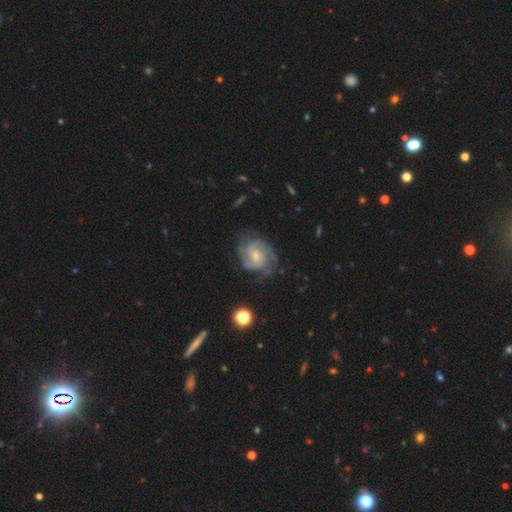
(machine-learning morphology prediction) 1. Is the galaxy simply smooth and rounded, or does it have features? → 86% featured or disk, 9% smooth, 5% star or artifact.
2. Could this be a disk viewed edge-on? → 98% no, 2% yes.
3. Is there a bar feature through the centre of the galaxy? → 52% no, 41% weak, 7% strong.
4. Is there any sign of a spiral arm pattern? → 97% yes, 3% no.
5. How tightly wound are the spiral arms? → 53% tight, 40% medium, 8% loose.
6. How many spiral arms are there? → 42% 2, 28% 3, 16% can't tell, 6% 4, 4% 1, 4% more than 4.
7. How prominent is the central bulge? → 53% small, 39% moderate, 4% none, 3% large, 1% dominant.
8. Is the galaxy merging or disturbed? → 69% none, 20% minor disturbance, 9% major disturbance, 2% merger.